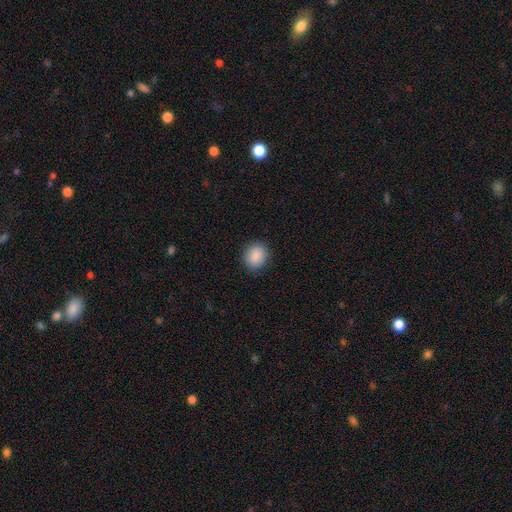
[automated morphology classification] Q: Smooth or featured?
A: smooth (89%); runner-up: star or artifact (8%)
Q: How rounded?
A: round (72%); runner-up: in between (27%)
Q: Merging?
A: none (90%); runner-up: minor disturbance (7%)